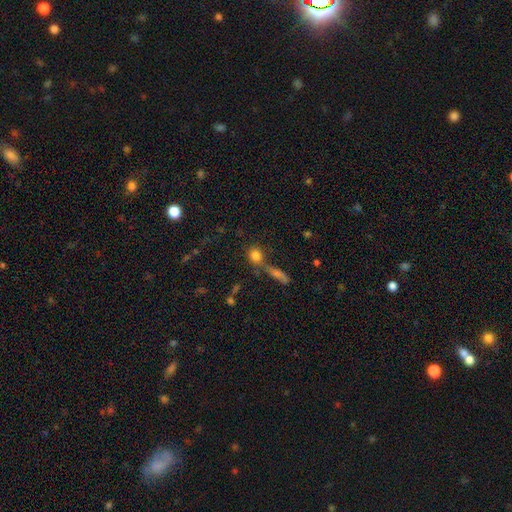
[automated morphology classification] smooth_or_featured: smooth (p=0.80) [alt: star or artifact p=0.12]
how_rounded: round (p=0.78) [alt: in between p=0.18]
merging: none (p=0.60) [alt: merger p=0.25]